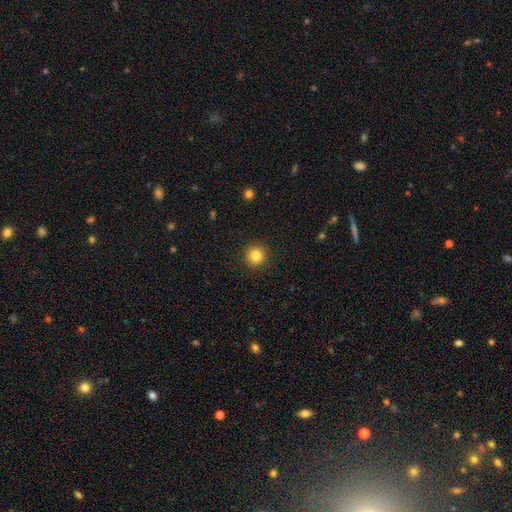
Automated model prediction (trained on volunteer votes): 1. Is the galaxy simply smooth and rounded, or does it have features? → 83% smooth, 11% star or artifact, 5% featured or disk.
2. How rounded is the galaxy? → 94% round, 5% in between, 1% cigar-shaped.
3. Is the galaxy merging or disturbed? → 92% none, 5% minor disturbance, 2% major disturbance, 1% merger.